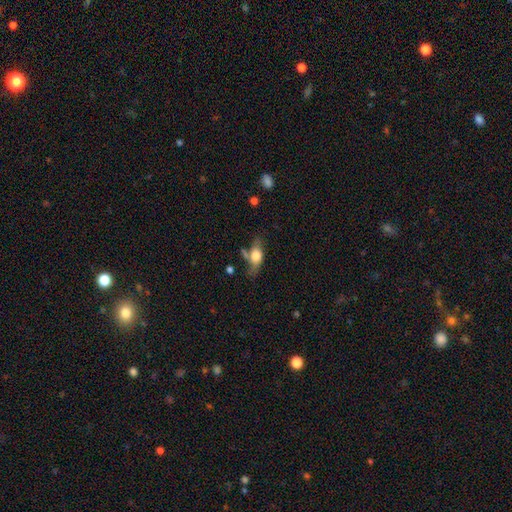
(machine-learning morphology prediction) Smooth or featured? Predicted: smooth (p=0.65). How rounded? Predicted: in between (p=0.77). Merging? Predicted: none (p=0.43).